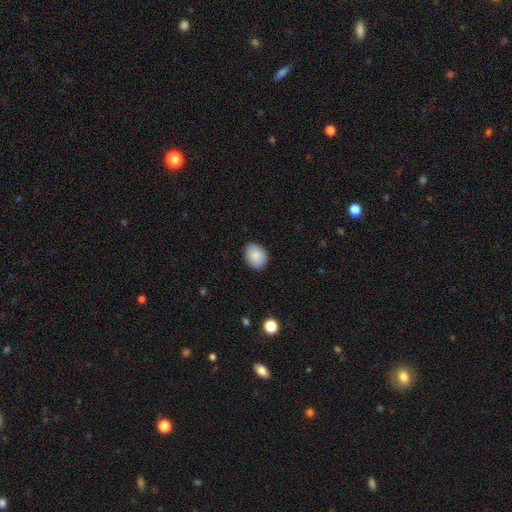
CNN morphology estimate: Smooth or featured: smooth — 87% (star or artifact — 7%)
How rounded: in between — 60% (round — 39%)
Merging: none — 85% (minor disturbance — 12%)